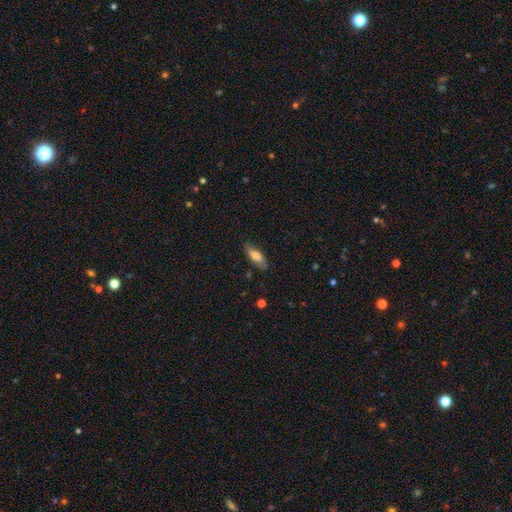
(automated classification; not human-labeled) smooth-or-featured: smooth: 65% | featured or disk: 28% | star or artifact: 6%
  how-rounded: in between: 68% | cigar-shaped: 30% | round: 3%
  merging: none: 76% | minor disturbance: 19% | major disturbance: 4% | merger: 1%